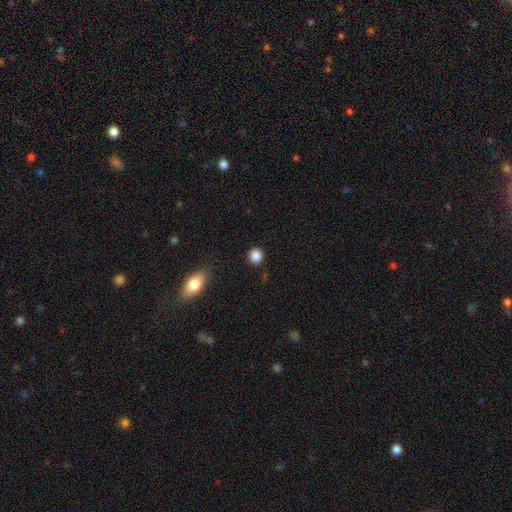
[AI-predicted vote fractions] Smooth or featured? smooth (87%)
How rounded? round (77%)
Merging? none (87%)